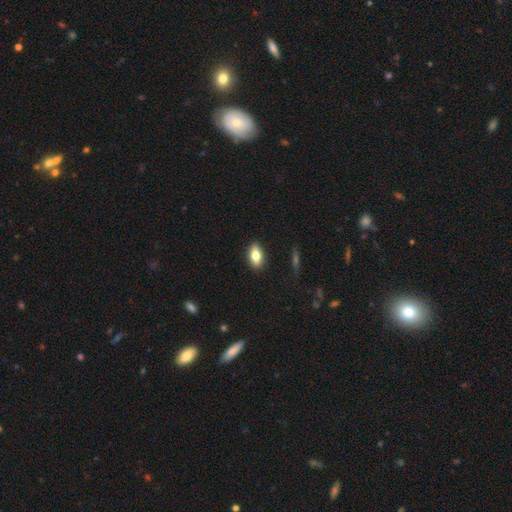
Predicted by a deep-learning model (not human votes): Smooth or featured: smooth — 74% (featured or disk — 19%)
How rounded: in between — 86% (cigar-shaped — 9%)
Merging: none — 88% (minor disturbance — 9%)